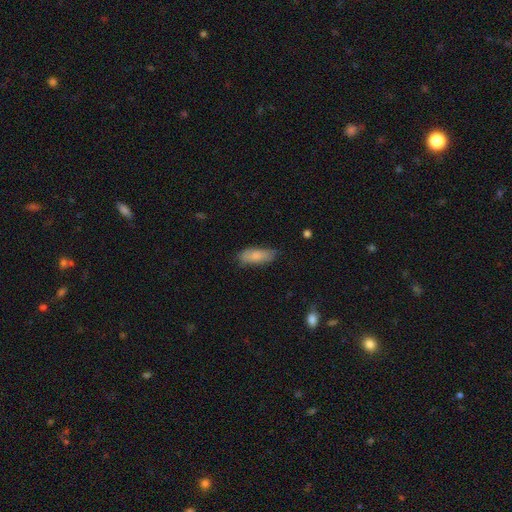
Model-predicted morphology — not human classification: Smooth or featured?
  - smooth: 80% *
  - featured or disk: 14%
  - star or artifact: 6%
How rounded?
  - in between: 75% *
  - cigar-shaped: 23%
  - round: 2%
Merging?
  - none: 70% *
  - minor disturbance: 23%
  - major disturbance: 5%
  - merger: 2%